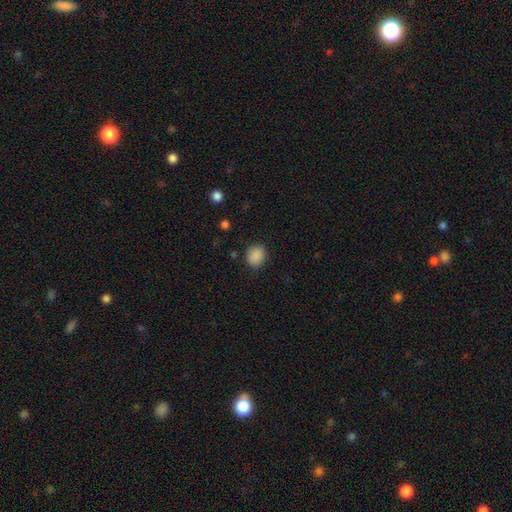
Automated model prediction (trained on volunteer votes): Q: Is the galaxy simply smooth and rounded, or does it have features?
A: smooth — 88%.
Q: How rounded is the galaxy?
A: round — 68%.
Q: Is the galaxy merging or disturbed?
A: none — 86%.